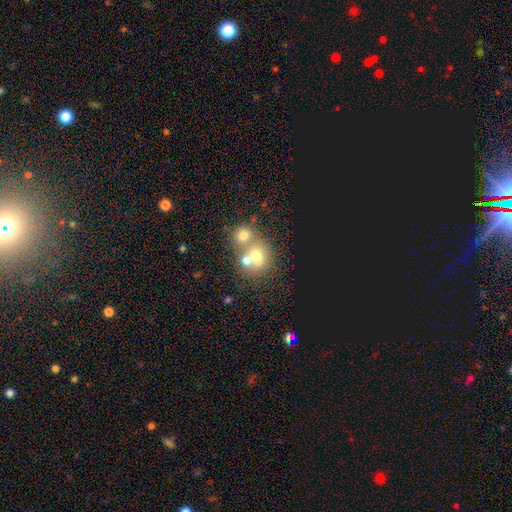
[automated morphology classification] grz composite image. It shows a smooth galaxy with no disk features (57%) that is round (72%). Merging: merger (57%).